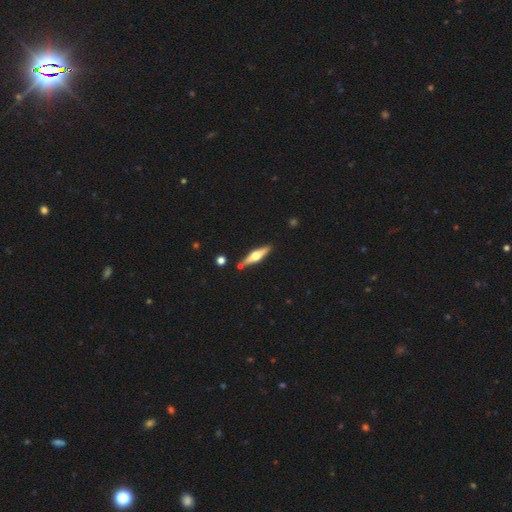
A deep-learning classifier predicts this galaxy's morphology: This is likely a featured or disk galaxy (66%). It is clearly viewed edge-on (96%). Edge-on bulge: clearly rounded (93%). Merging: clearly none (85%).